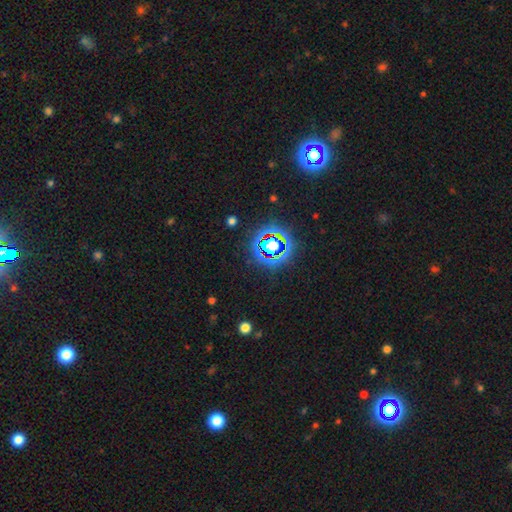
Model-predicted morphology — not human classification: A star or artifact, not a galaxy (78%).